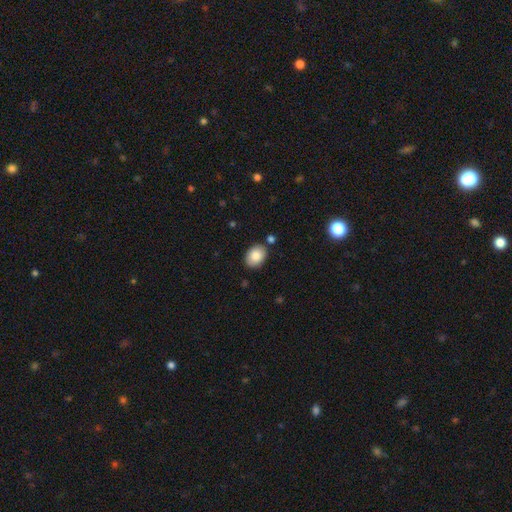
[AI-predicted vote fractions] smooth 86%, star or artifact 7%, featured or disk 7%. Down the decision tree: how rounded — in between (75%); merging — none (83%).